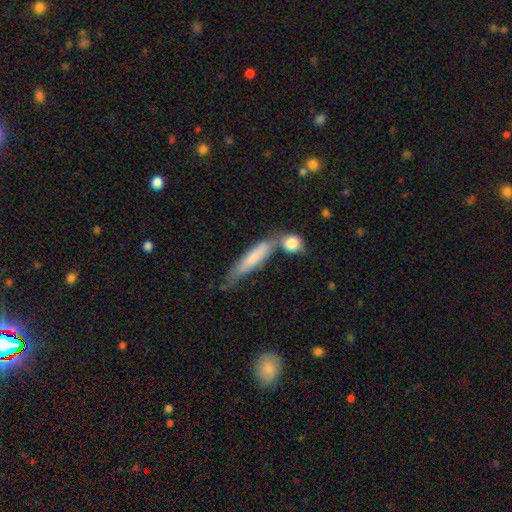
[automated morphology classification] Smooth or featured: smooth — 66% (featured or disk — 27%)
How rounded: cigar-shaped — 85% (in between — 13%)
Merging: none — 48% (merger — 25%)